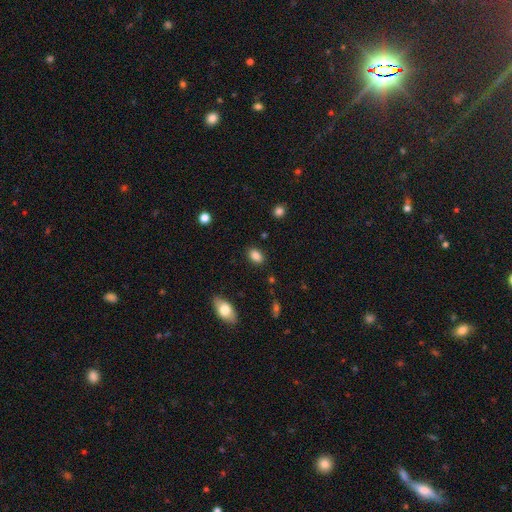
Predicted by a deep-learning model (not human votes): The model was most divided on "how rounded": in between: 86%, round: 13%, cigar-shaped: 2%. More confident: merging — none (87%); smooth or featured — smooth (86%).